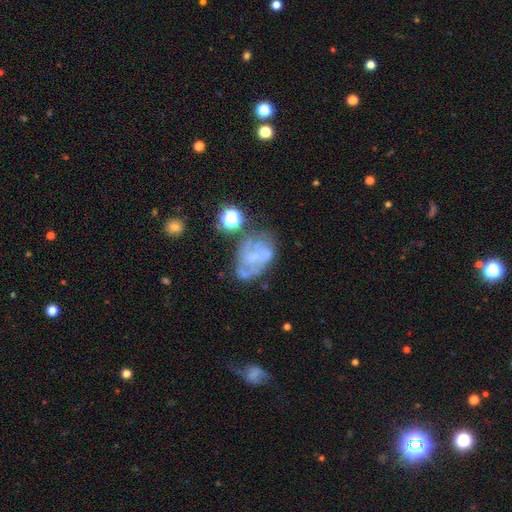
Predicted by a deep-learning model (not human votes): featured or disk 63%, smooth 25%, star or artifact 13%. Down the decision tree: edge-on disk — no (97%); bar — no (71%); spiral arms — no (51%); bulge size — none (46%); merging — none (40%).